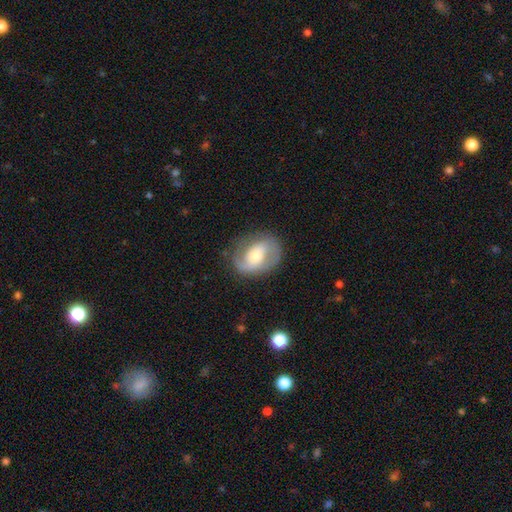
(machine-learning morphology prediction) This is likely a featured or disk galaxy (66%). It is clearly not viewed edge-on (96%). Bar: possibly no (48%). Spiral arm pattern: clearly yes (81%). Spiral arm count: likely 2 (71%). Spiral winding: marginally medium (43%). Central bulge: possibly moderate (59%). Merging: likely none (72%).